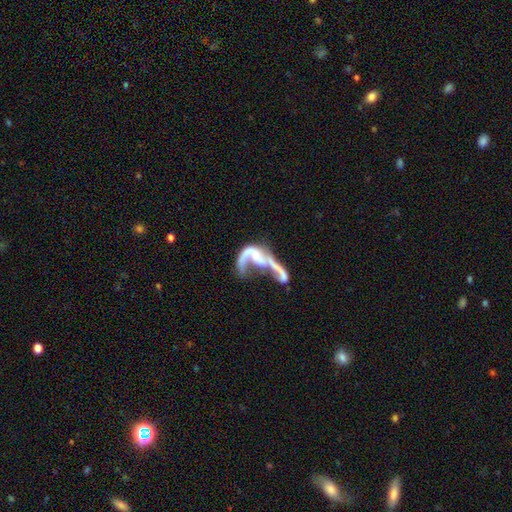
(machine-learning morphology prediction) A featured or disk galaxy (74%) with no bar (64%), spiral arms (59%) and no central bulge (47%).

Vote fractions:
- Smooth or featured? featured or disk: 74% / smooth: 17% / star or artifact: 9%
- Edge-on disk? no: 94% / yes: 6%
- Bar? no: 64% / weak: 23% / strong: 13%
- Spiral arms? yes: 59% / no: 41%
- Bulge size? none: 47% / small: 30% / moderate: 18% / large: 4% / dominant: 2%
- Merging? merger: 45% / major disturbance: 34% / none: 13% / minor disturbance: 8%